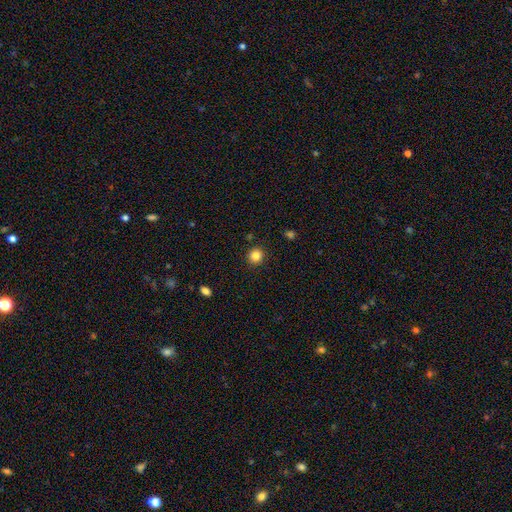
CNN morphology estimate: The model was most divided on "smooth or featured": smooth: 84%, star or artifact: 11%, featured or disk: 5%. More confident: how rounded — round (91%); merging — none (91%).